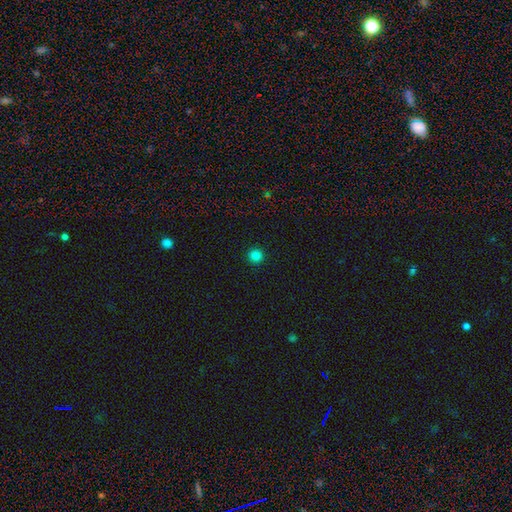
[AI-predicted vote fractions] smooth_or_featured: smooth (p=0.84) [alt: star or artifact p=0.14]
how_rounded: round (p=0.95) [alt: in between p=0.04]
merging: none (p=0.93) [alt: minor disturbance p=0.04]